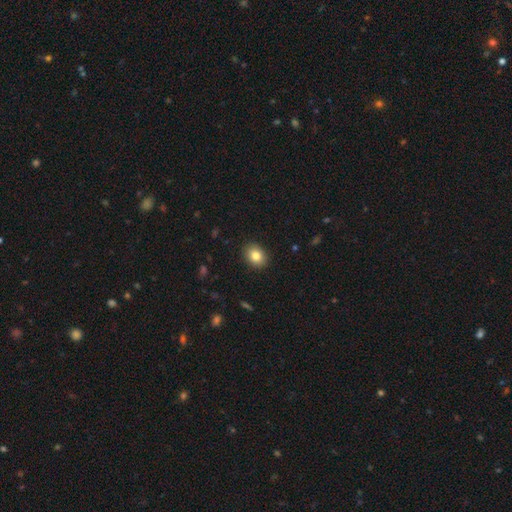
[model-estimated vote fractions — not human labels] smooth_or_featured: smooth (p=0.83) [alt: star or artifact p=0.09]
how_rounded: in between (p=0.54) [alt: round p=0.45]
merging: none (p=0.90) [alt: minor disturbance p=0.07]